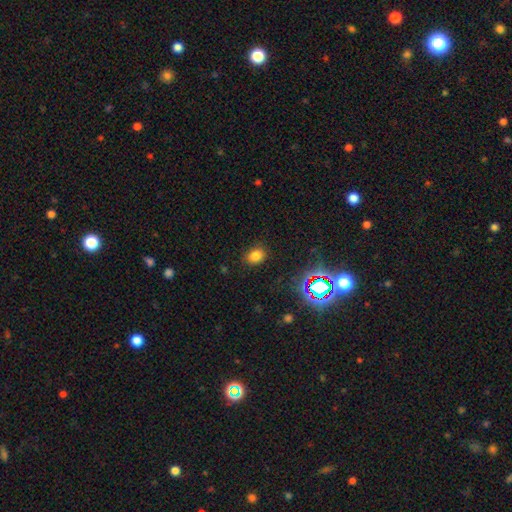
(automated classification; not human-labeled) The model was most divided on "how rounded": in between: 59%, round: 40%, cigar-shaped: 1%. More confident: merging — none (85%); smooth or featured — smooth (77%).